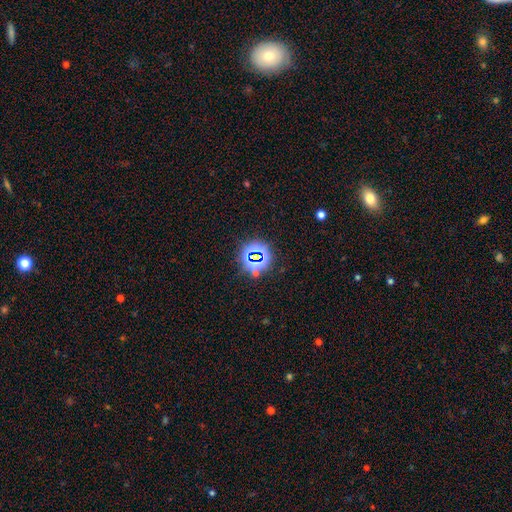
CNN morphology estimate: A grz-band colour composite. It shows a star or artifact, not a galaxy (71%).